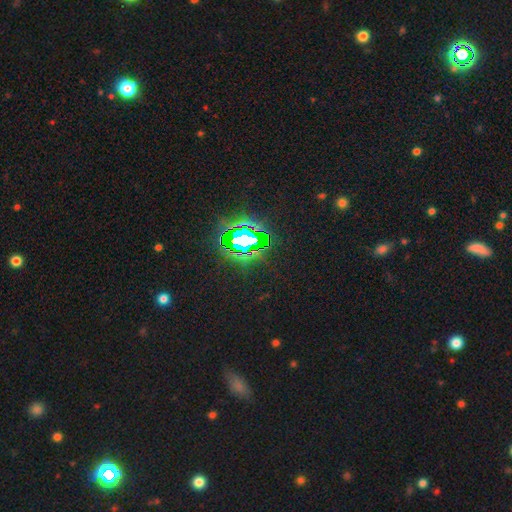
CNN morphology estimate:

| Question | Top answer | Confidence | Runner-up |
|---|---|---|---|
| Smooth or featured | star or artifact | 78% | smooth (15%) |